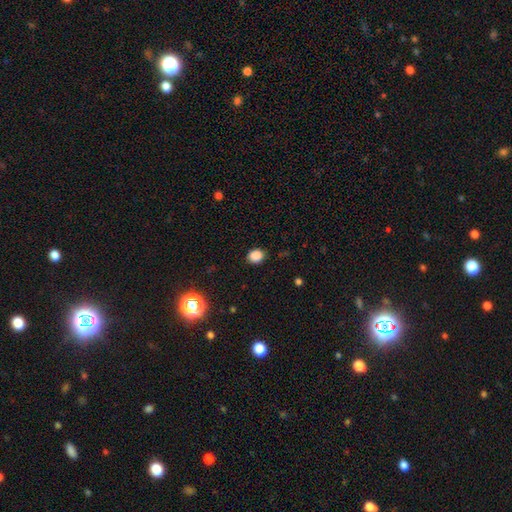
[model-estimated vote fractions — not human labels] Smooth or featured? Predicted: smooth (p=0.85). How rounded? Predicted: round (p=0.64). Merging? Predicted: none (p=0.86).